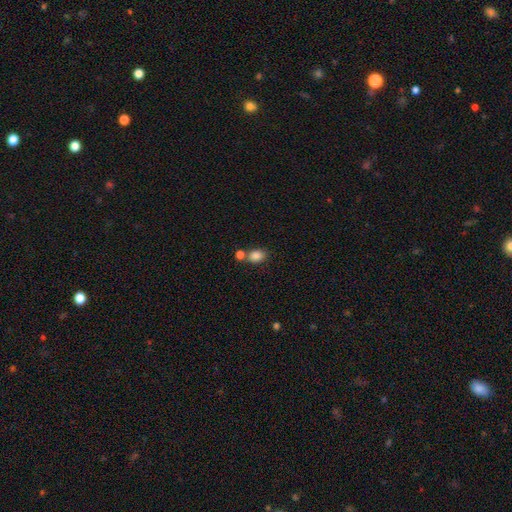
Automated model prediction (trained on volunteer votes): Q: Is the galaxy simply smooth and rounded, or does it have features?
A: smooth — 85%.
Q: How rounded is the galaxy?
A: in between — 70%.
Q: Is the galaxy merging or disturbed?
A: none — 53%.